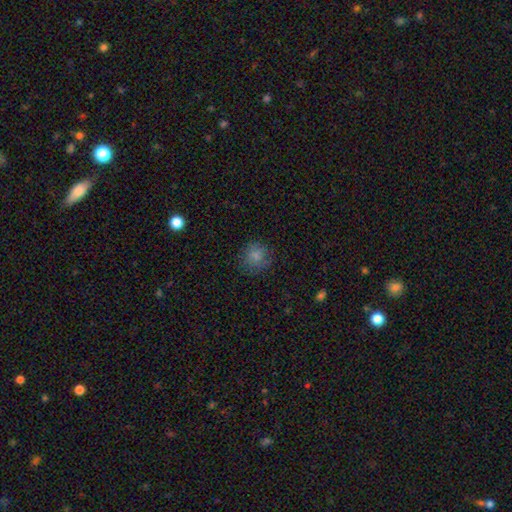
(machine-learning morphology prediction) A smooth galaxy with no disk features (81%) that is round (86%).

Vote fractions:
- Smooth or featured? smooth: 81% / star or artifact: 12% / featured or disk: 7%
- How rounded? round: 86% / in between: 13% / cigar-shaped: 1%
- Merging? none: 81% / minor disturbance: 13% / major disturbance: 5% / merger: 1%